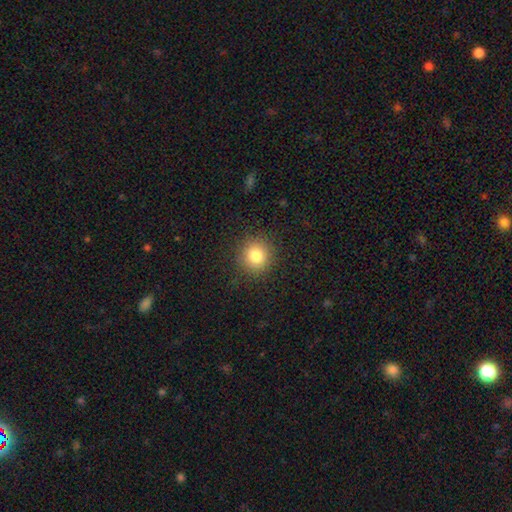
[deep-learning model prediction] A smooth galaxy with no disk features (81%) that is round (91%). Merging: none (90%).